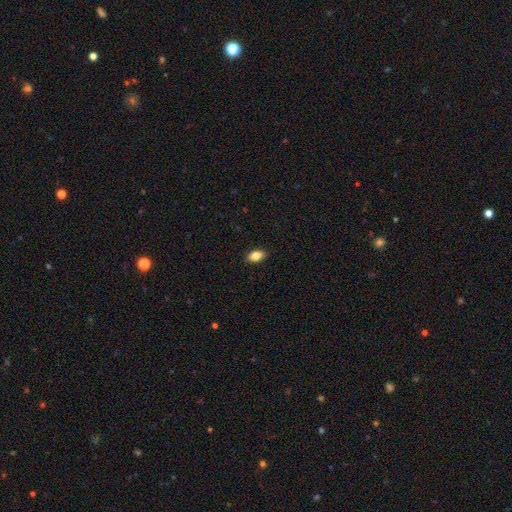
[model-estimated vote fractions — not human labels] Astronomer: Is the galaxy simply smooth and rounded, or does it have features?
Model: smooth — 83%.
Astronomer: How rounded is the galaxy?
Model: in between — 90%.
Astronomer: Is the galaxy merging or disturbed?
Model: none — 89%.